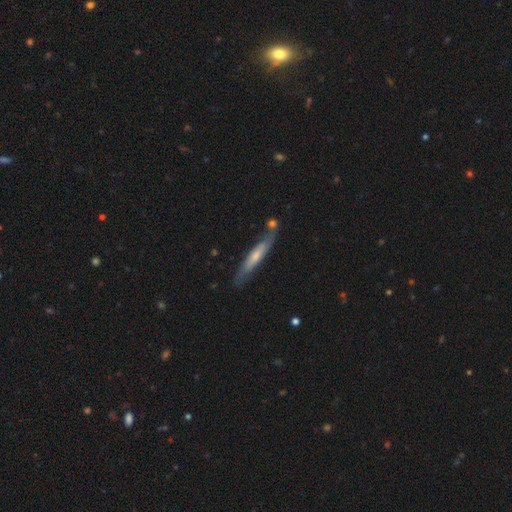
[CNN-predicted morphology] This appears to be a featured or disk galaxy (52%) viewed edge-on (75%). Merging: none (68%).